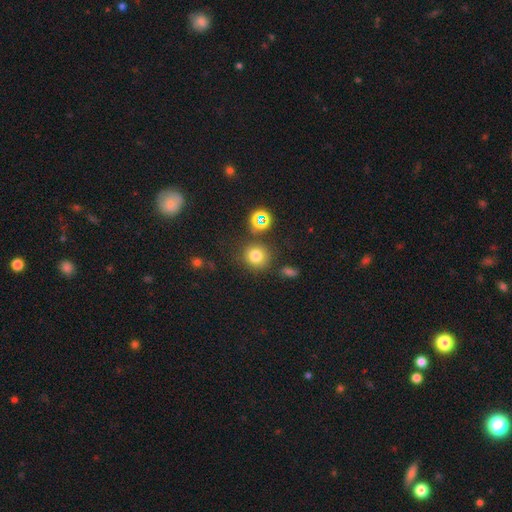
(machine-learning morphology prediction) Smooth or featured? smooth (73%)
How rounded? round (90%)
Merging? none (80%)